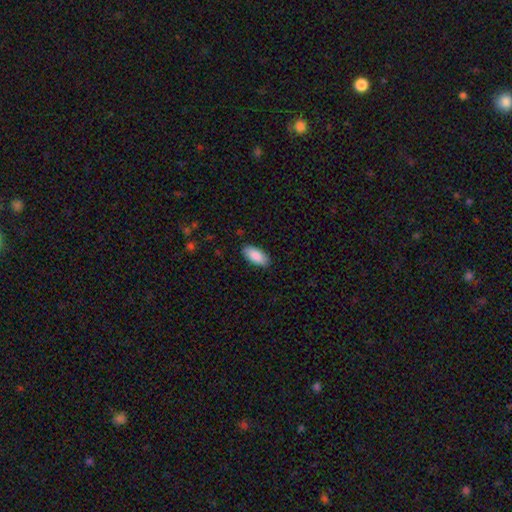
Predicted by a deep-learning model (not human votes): Smooth or featured?
  - smooth: 90% *
  - star or artifact: 6%
  - featured or disk: 5%
How rounded?
  - in between: 91% *
  - cigar-shaped: 8%
  - round: 2%
Merging?
  - none: 88% *
  - minor disturbance: 9%
  - major disturbance: 2%
  - merger: 1%